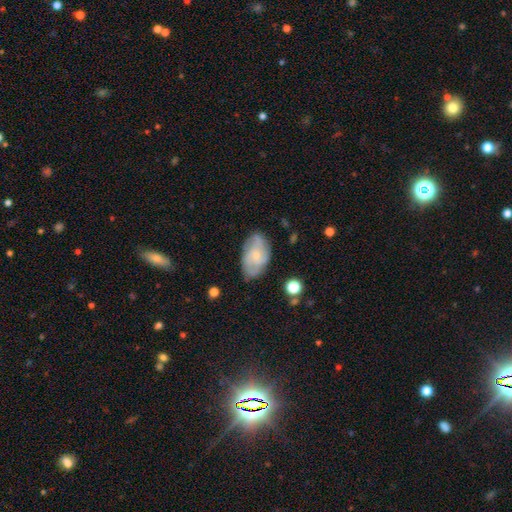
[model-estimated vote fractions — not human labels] A featured or disk galaxy (52%).

Vote fractions:
- Smooth or featured? featured or disk: 52% / smooth: 41% / star or artifact: 7%
- Edge-on disk? no: 95% / yes: 5%
- Merging? none: 73% / minor disturbance: 20% / major disturbance: 6% / merger: 2%